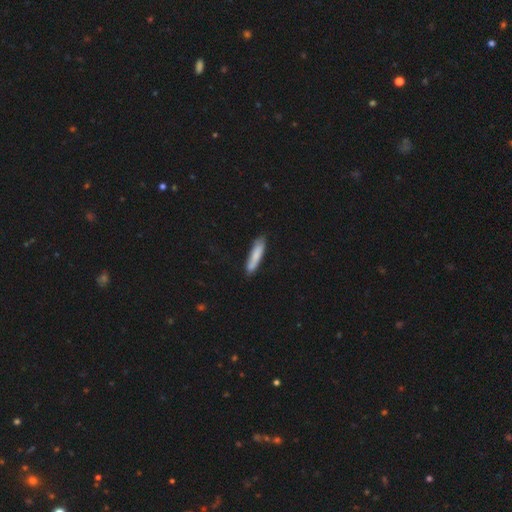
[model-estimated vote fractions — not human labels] A smooth galaxy with no disk features (78%) that is cigar-shaped (82%). Merging: none (78%).